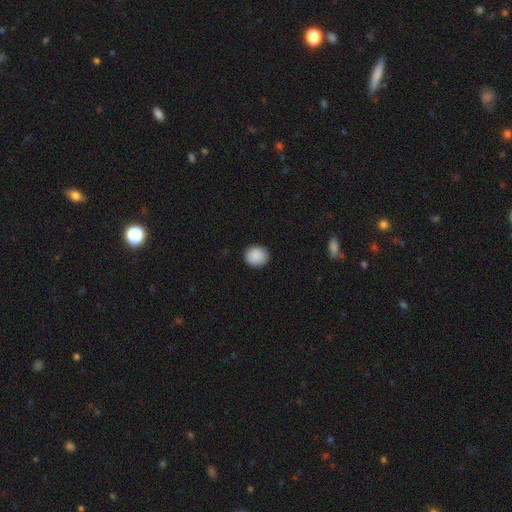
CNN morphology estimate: smooth-or-featured: smooth: 89% | star or artifact: 7% | featured or disk: 3%
  how-rounded: round: 80% | in between: 19% | cigar-shaped: 1%
  merging: none: 91% | minor disturbance: 7% | major disturbance: 2% | merger: 1%